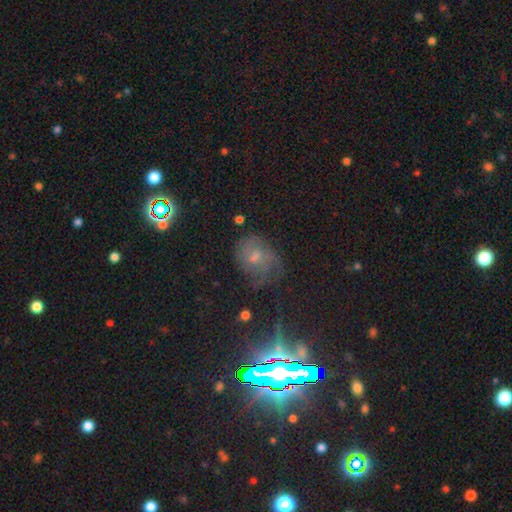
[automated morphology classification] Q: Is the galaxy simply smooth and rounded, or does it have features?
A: featured or disk — 42%.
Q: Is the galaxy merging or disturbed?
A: none — 56%.